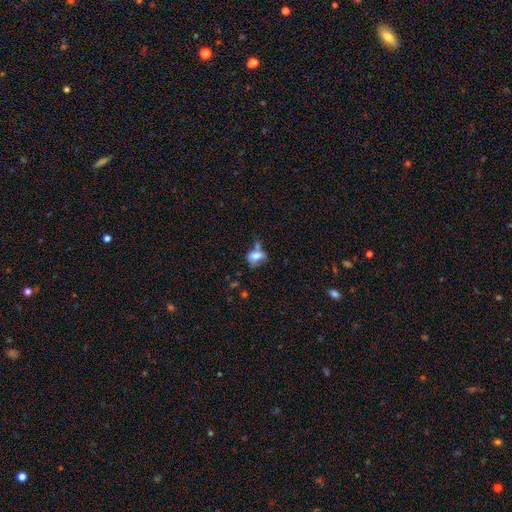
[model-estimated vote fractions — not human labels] This is likely a smooth galaxy (67%). How rounded: likely in between (71%). Merging: marginally none (36%).